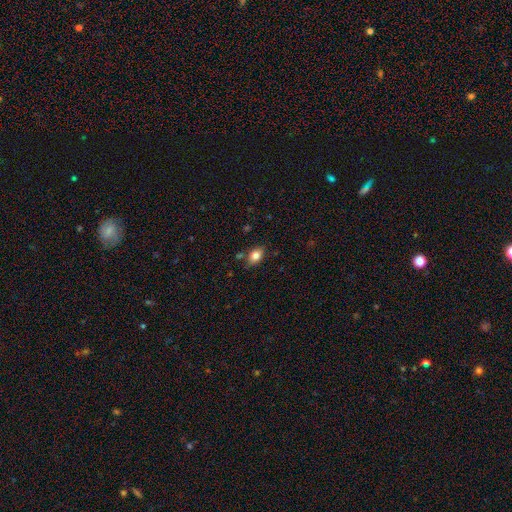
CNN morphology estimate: Q: Smooth or featured?
A: smooth (82%); runner-up: star or artifact (9%)
Q: How rounded?
A: in between (80%); runner-up: round (18%)
Q: Merging?
A: none (77%); runner-up: minor disturbance (15%)